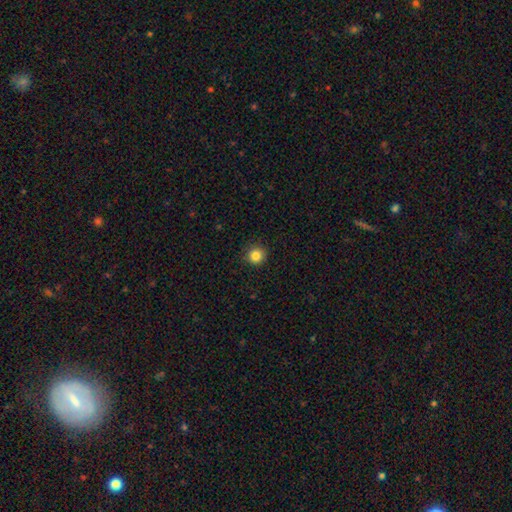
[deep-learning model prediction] This appears to be a smooth galaxy with no disk features (85%) that is round (94%). Merging: none (91%).